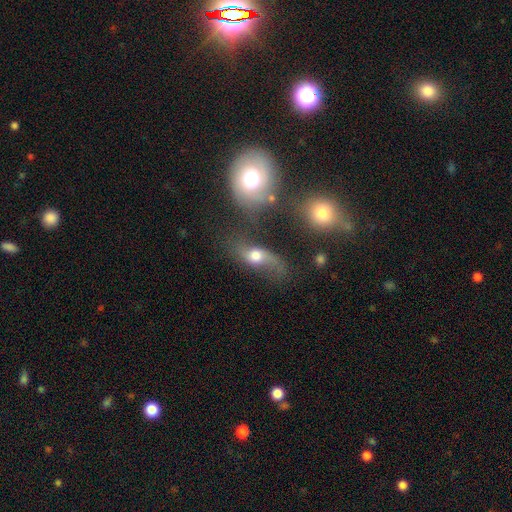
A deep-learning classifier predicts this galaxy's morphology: type=featured or disk (47%); merging=none (44%).